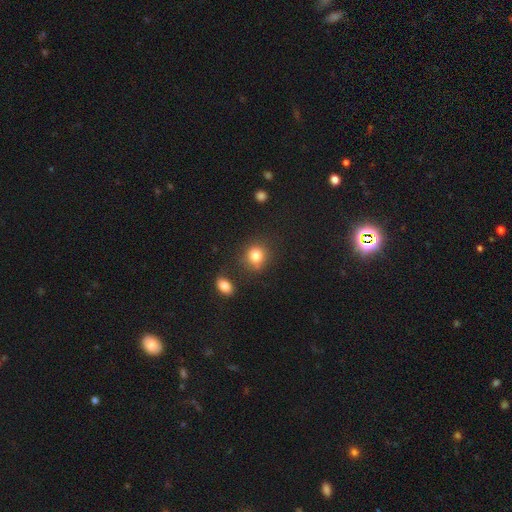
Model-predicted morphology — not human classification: A smooth galaxy with no disk features (82%) that is round (77%).

Vote fractions:
- Smooth or featured? smooth: 82% / star or artifact: 11% / featured or disk: 6%
- How rounded? round: 77% / in between: 22% / cigar-shaped: 1%
- Merging? none: 74% / minor disturbance: 15% / merger: 7% / major disturbance: 5%